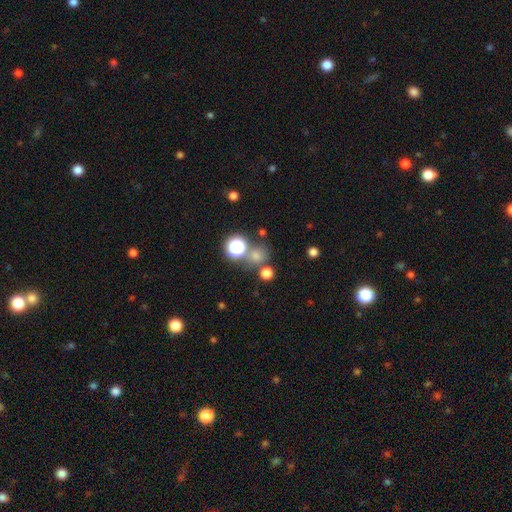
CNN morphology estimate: Smooth or featured: smooth — 66% (star or artifact — 27%)
How rounded: round — 85% (in between — 14%)
Merging: none — 66% (merger — 19%)